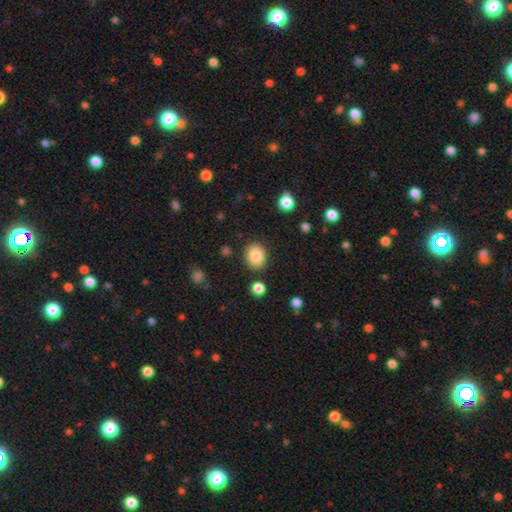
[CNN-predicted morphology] The model was most divided on "how rounded": round: 54%, in between: 45%, cigar-shaped: 1%. More confident: merging — none (86%); smooth or featured — smooth (85%).